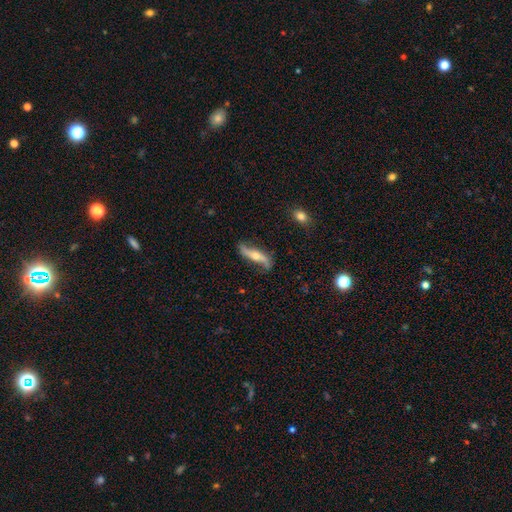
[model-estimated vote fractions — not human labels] This is likely a featured or disk galaxy (73%). It is possibly not viewed edge-on (58%). Merging: likely none (72%).